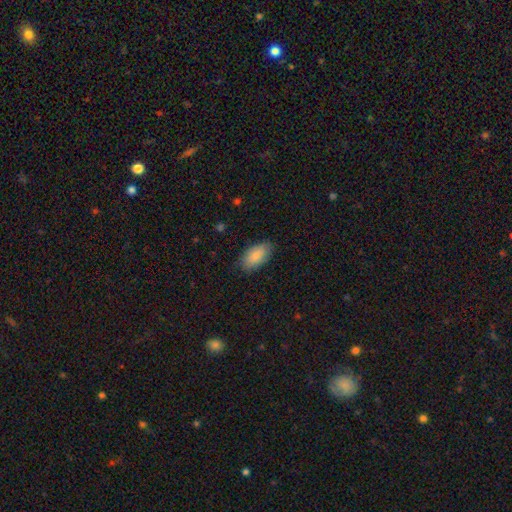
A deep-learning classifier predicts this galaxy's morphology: smooth 86%, featured or disk 8%, star or artifact 6%. Down the decision tree: how rounded — in between (93%); merging — none (82%).